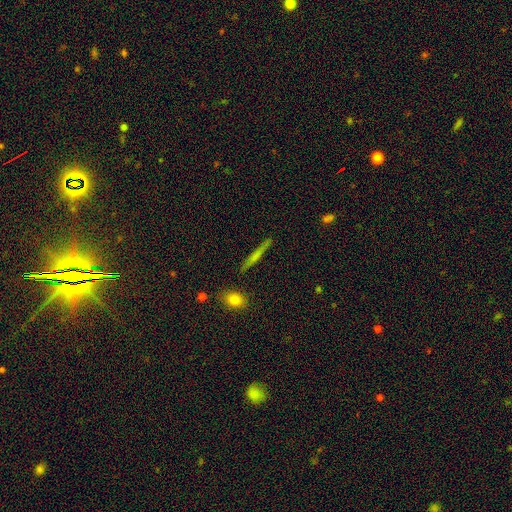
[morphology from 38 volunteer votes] This appears to be a smooth galaxy with no disk features (50%) that is cigar-shaped (100%). Merging: none (95%).